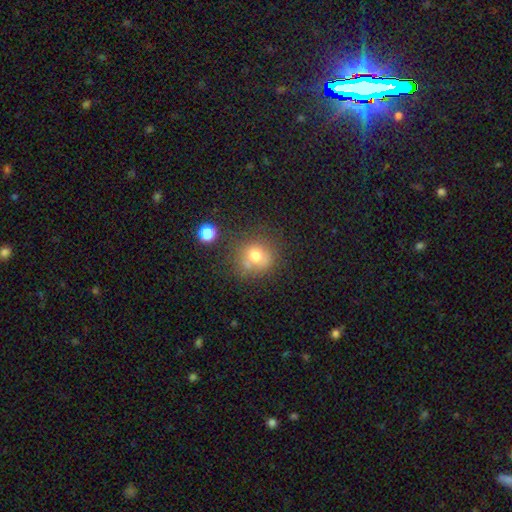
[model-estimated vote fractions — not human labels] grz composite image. It shows a smooth galaxy with no disk features (71%) that is round (85%). Merging: none (58%).